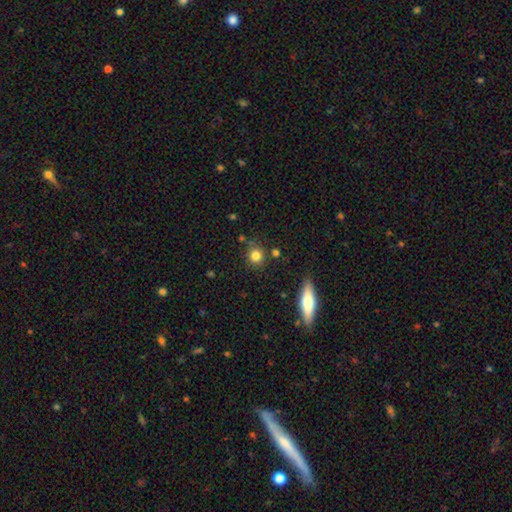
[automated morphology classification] A smooth galaxy with no disk features (82%) that is round (88%). Merging: none (79%).